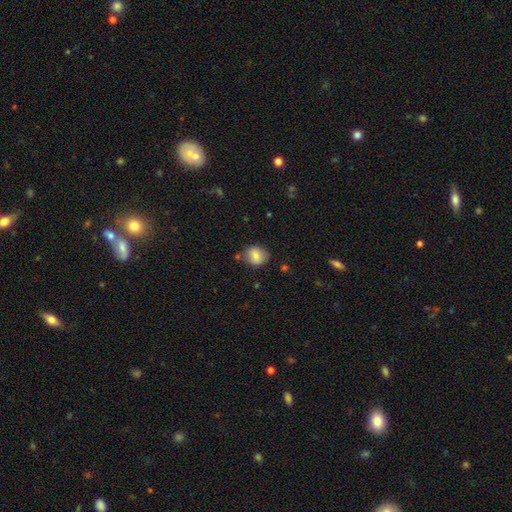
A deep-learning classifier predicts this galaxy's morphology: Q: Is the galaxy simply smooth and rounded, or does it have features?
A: smooth — 76%.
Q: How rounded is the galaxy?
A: round — 61%.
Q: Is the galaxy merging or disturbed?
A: none — 75%.